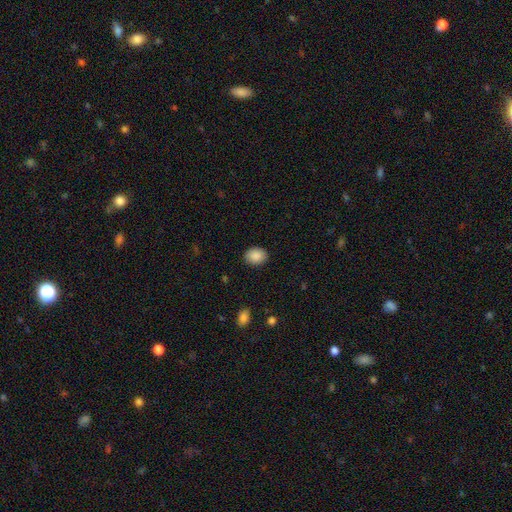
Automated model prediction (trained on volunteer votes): Overall: smooth (89%). How rounded: in between (62%; round 37%). Merging: none (88%).